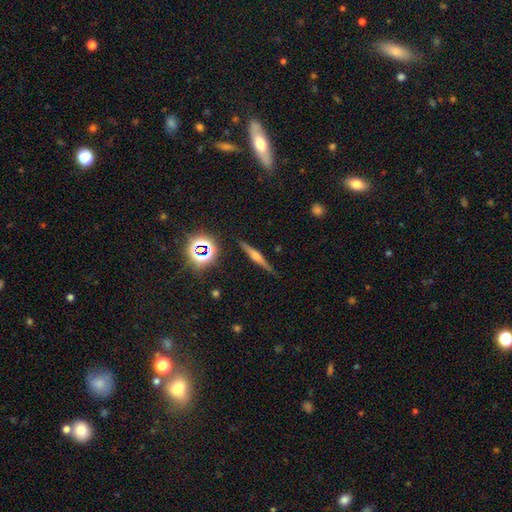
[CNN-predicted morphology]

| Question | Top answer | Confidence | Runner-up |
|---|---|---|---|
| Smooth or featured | featured or disk | 63% | smooth (22%) |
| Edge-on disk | yes | 97% | no (3%) |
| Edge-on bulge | rounded | 76% | boxy (15%) |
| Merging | none | 88% | minor disturbance (8%) |